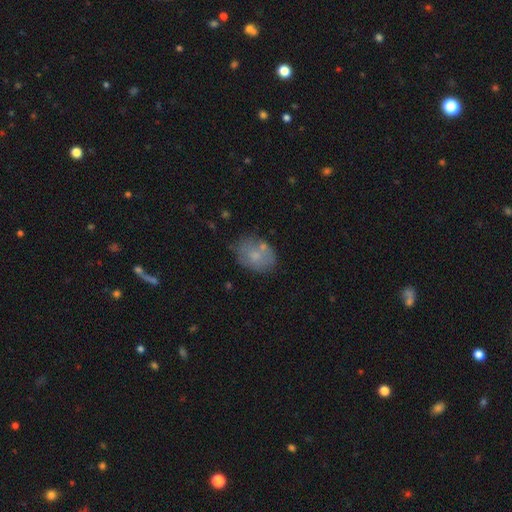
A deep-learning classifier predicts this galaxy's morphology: Overall: smooth (66%). How rounded: in between (69%; round 30%). Merging: none (60%; minor disturbance 22%).